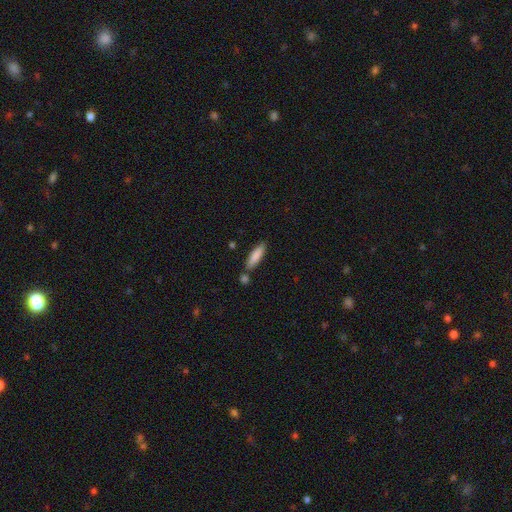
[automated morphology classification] Smooth or featured? smooth (83%)
How rounded? cigar-shaped (65%)
Merging? none (74%)